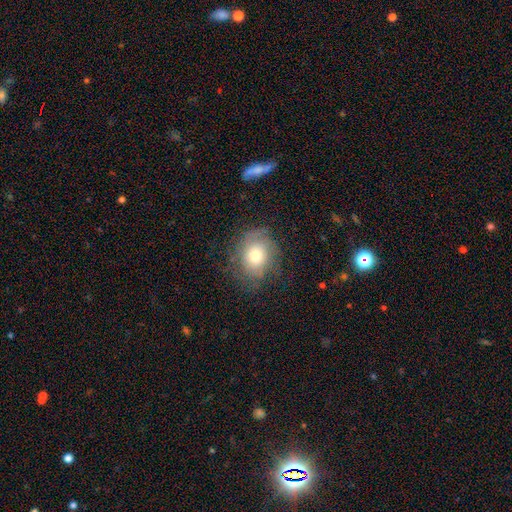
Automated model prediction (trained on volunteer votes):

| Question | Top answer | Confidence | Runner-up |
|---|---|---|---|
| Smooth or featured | smooth | 59% | featured or disk (30%) |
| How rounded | round | 66% | in between (33%) |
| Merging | none | 67% | minor disturbance (21%) |